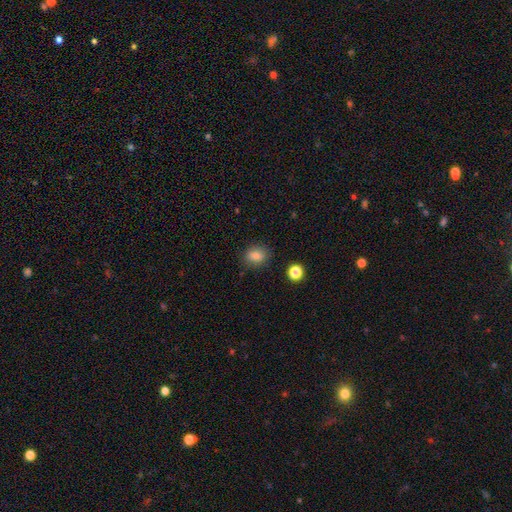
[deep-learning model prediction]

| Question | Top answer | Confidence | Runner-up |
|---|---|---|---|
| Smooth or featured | smooth | 82% | star or artifact (11%) |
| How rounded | round | 53% | in between (46%) |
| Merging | none | 84% | minor disturbance (11%) |